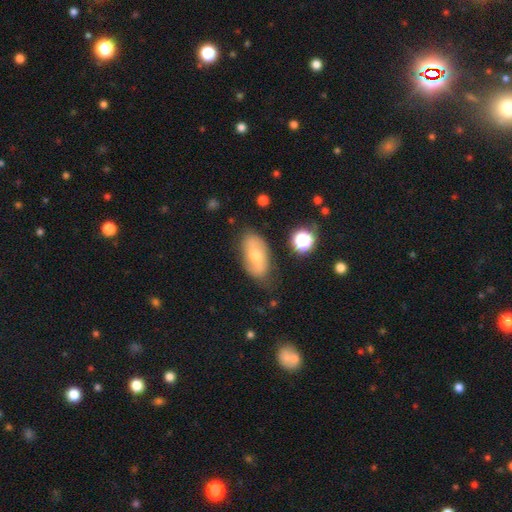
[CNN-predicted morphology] Overall: smooth (47%; featured or disk 44%). Merging: none (74%).